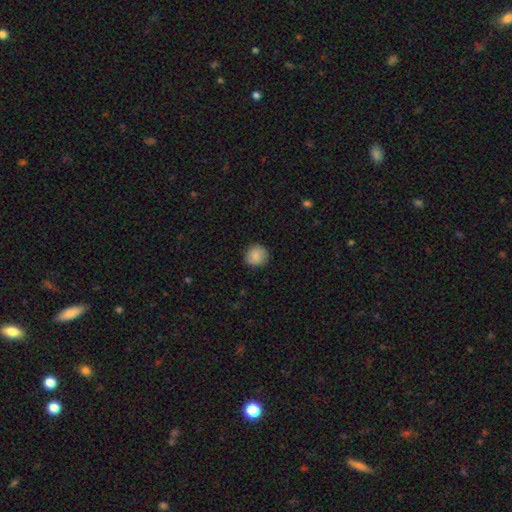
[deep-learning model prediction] Smooth or featured?
  - smooth: 87% *
  - star or artifact: 8%
  - featured or disk: 5%
How rounded?
  - round: 91% *
  - in between: 8%
  - cigar-shaped: 1%
Merging?
  - none: 88% *
  - minor disturbance: 9%
  - major disturbance: 2%
  - merger: 1%